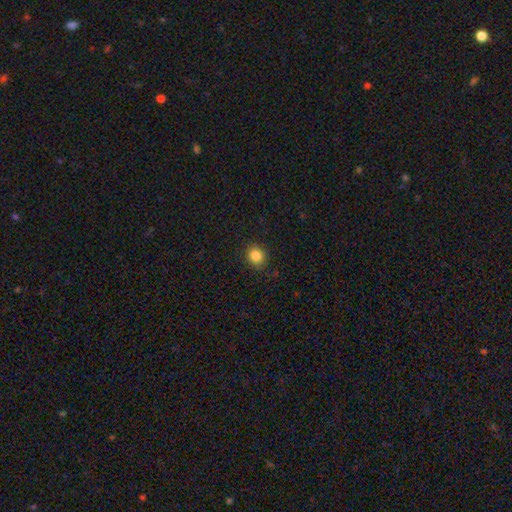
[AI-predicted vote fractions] This appears to be a smooth galaxy with no disk features (85%) that is round (84%). Merging: none (88%).